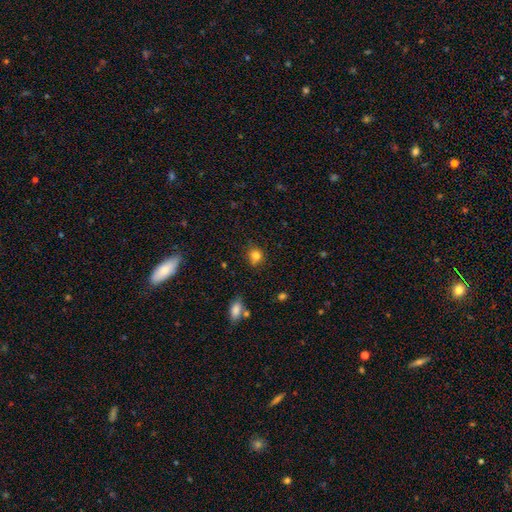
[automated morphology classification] smooth-or-featured: smooth: 81% | star or artifact: 13% | featured or disk: 6%
  how-rounded: round: 81% | in between: 18% | cigar-shaped: 1%
  merging: none: 75% | minor disturbance: 18% | merger: 4% | major disturbance: 4%